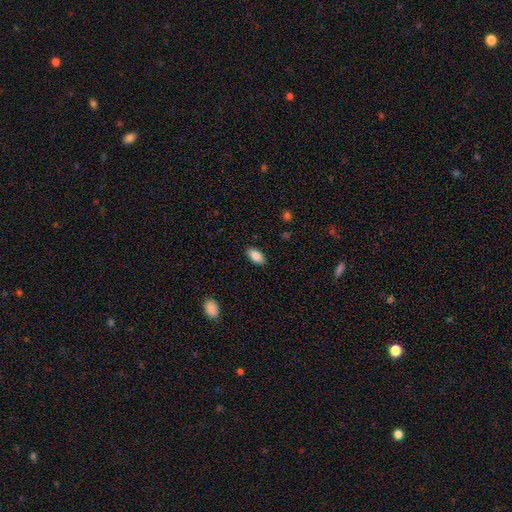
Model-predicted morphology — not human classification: Overall: smooth (85%). How rounded: in between (92%). Merging: none (88%).